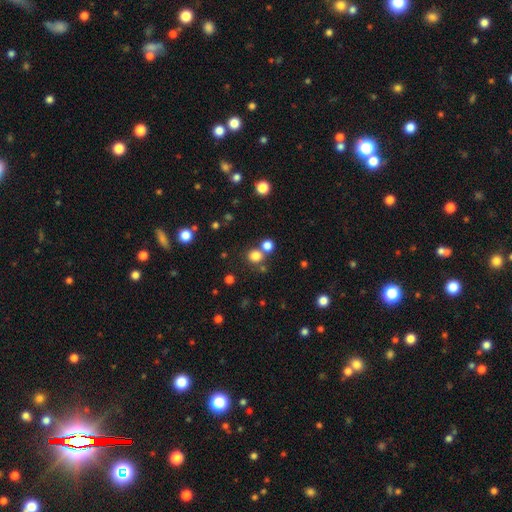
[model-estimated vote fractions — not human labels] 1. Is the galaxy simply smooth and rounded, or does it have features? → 79% smooth, 15% star or artifact, 6% featured or disk.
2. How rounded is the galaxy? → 86% round, 13% in between, 1% cigar-shaped.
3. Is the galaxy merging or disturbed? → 66% none, 23% merger, 7% minor disturbance, 3% major disturbance.